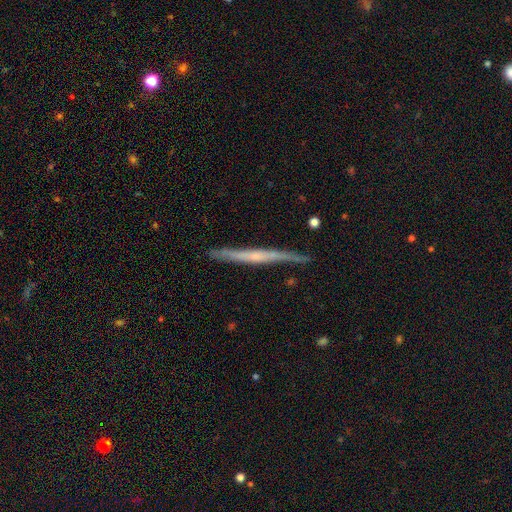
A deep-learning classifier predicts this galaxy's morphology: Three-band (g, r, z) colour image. It shows a featured or disk galaxy (65%) viewed edge-on (95%) with no central bulge (63%). Merging: none (82%).